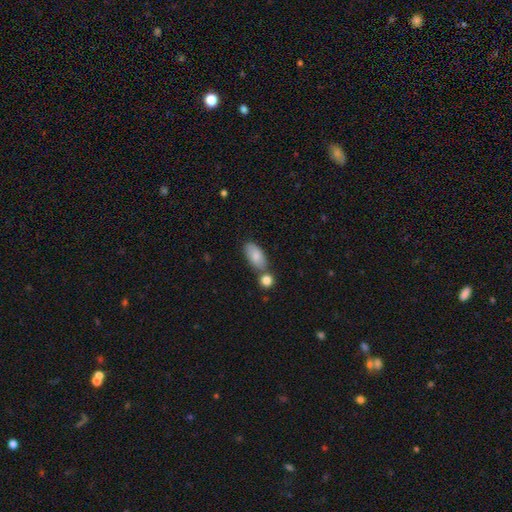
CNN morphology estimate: This is clearly a smooth galaxy (82%). How rounded: clearly in between (89%). Merging: possibly none (57%).